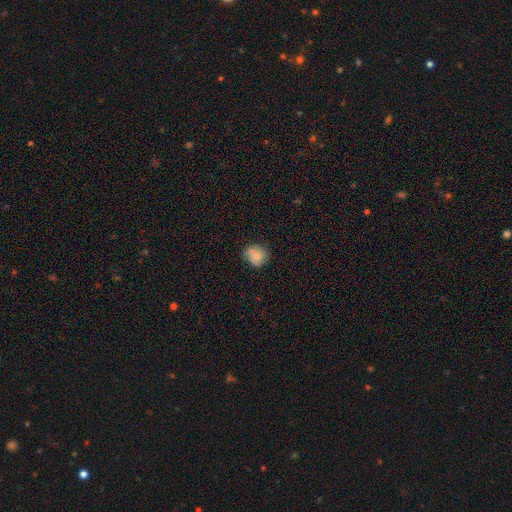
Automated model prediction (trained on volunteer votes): A smooth galaxy with no disk features (71%) that is round (77%). Merging: none (65%).